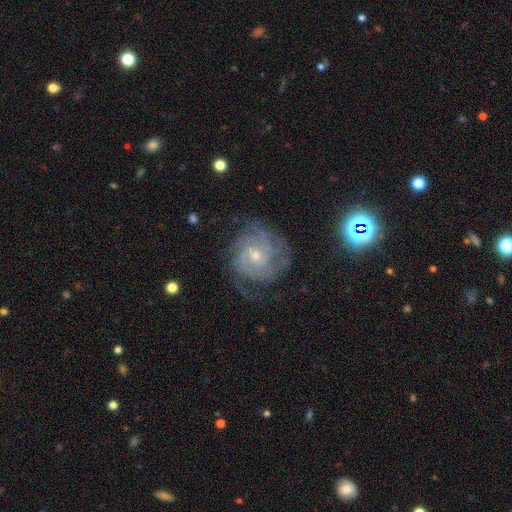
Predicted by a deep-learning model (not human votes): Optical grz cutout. It shows a featured or disk galaxy (83%) with no bar (75%), tight (63%) spiral arms (93%) and a small central bulge (59%). Merging: none (66%).